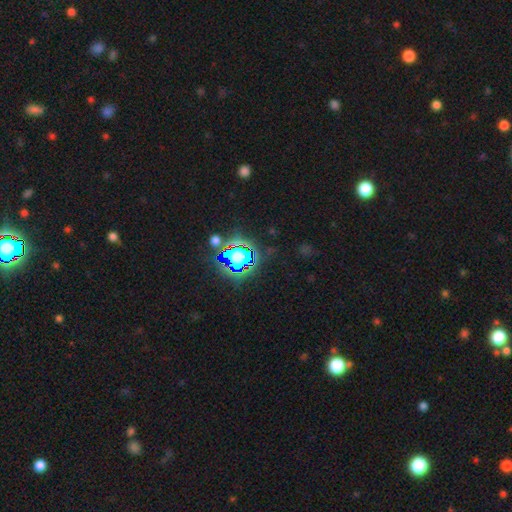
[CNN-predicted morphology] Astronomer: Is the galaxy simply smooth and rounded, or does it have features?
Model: star or artifact — 82%.